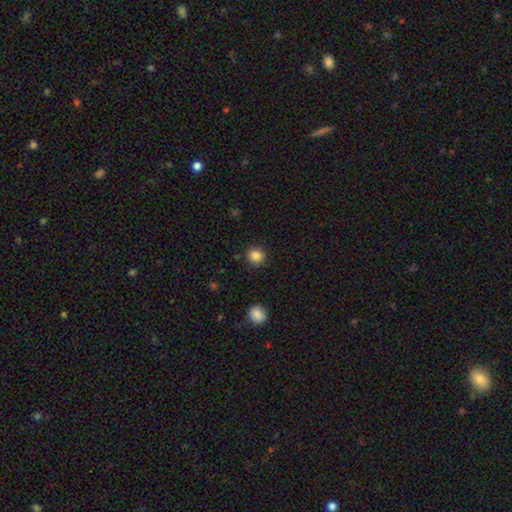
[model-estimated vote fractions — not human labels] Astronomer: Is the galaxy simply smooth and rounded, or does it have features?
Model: smooth — 85%.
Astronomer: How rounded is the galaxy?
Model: round — 91%.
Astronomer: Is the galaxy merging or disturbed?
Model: none — 90%.